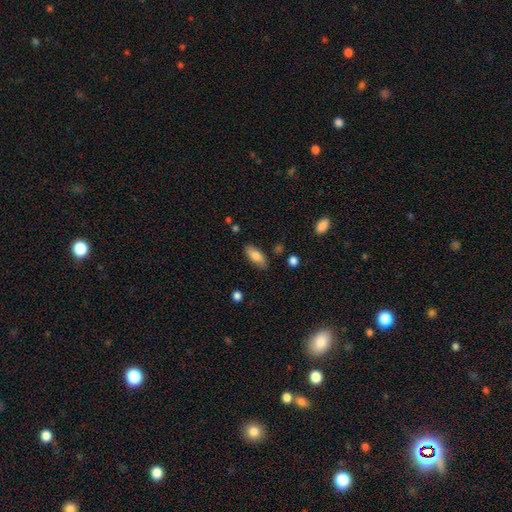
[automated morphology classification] A smooth galaxy with no disk features (79%) that is in between round and cigar-shaped (84%). Merging: none (81%).